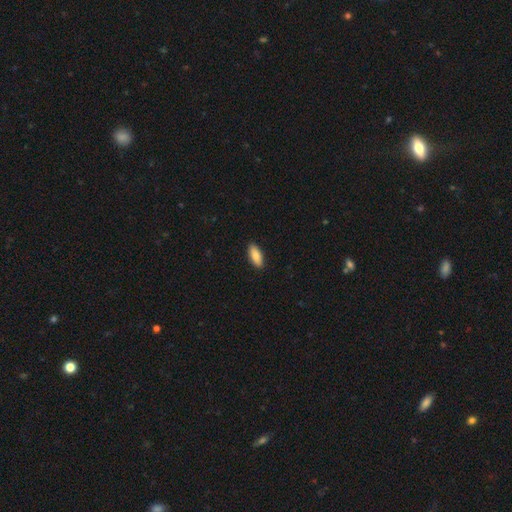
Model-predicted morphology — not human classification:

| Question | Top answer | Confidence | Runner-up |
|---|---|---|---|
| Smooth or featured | smooth | 87% | featured or disk (7%) |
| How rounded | in between | 82% | cigar-shaped (16%) |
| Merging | none | 90% | minor disturbance (7%) |